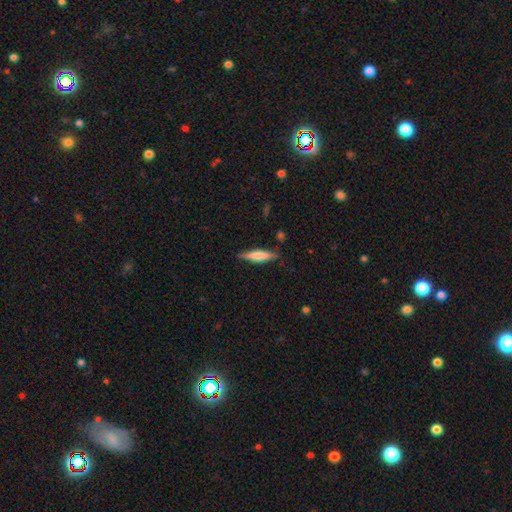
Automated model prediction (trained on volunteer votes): Overall: smooth (55%; featured or disk 39%). How rounded: cigar-shaped (76%). Merging: none (84%).